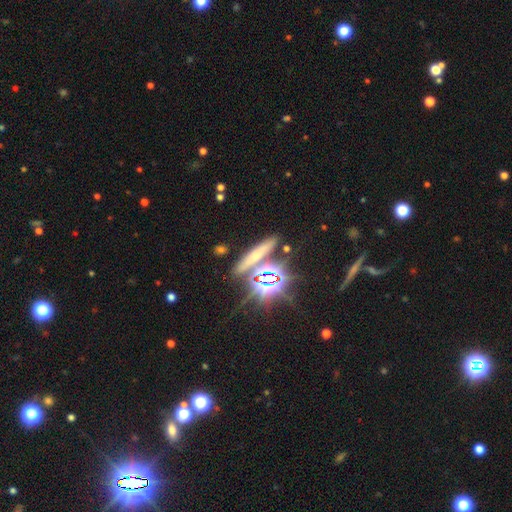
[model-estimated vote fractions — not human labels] A star or artifact, not a galaxy (44%).